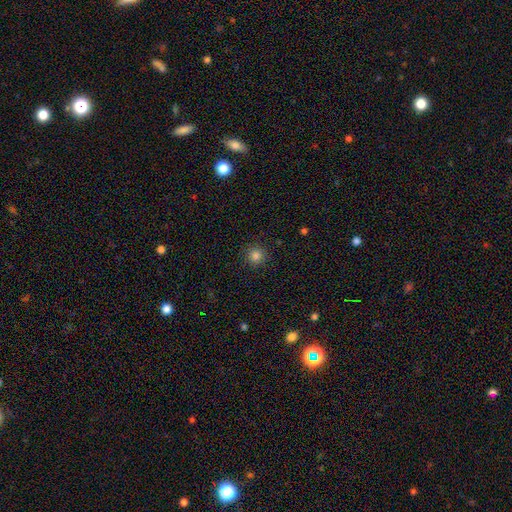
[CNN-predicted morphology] Q: Smooth or featured?
A: smooth (83%); runner-up: star or artifact (13%)
Q: How rounded?
A: round (95%); runner-up: in between (4%)
Q: Merging?
A: none (91%); runner-up: minor disturbance (6%)